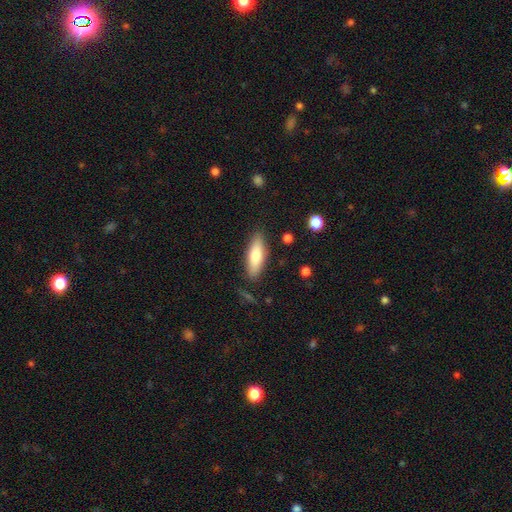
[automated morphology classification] type=smooth (74%); roundness=in between (52%); merging=none (85%).